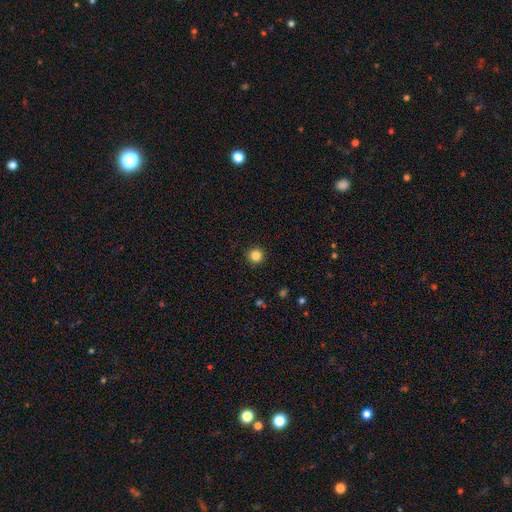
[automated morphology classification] This is clearly a smooth galaxy (84%). How rounded: clearly round (95%). Merging: clearly none (93%).